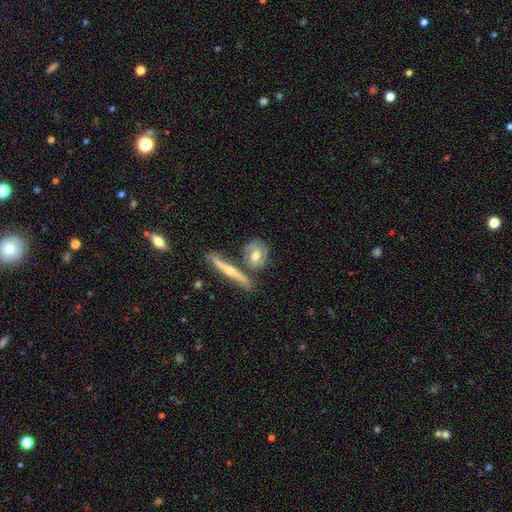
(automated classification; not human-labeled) Smooth or featured: featured or disk — 60% (smooth — 34%)
Edge-on disk: no — 67% (yes — 33%)
Merging: none — 58% (merger — 22%)